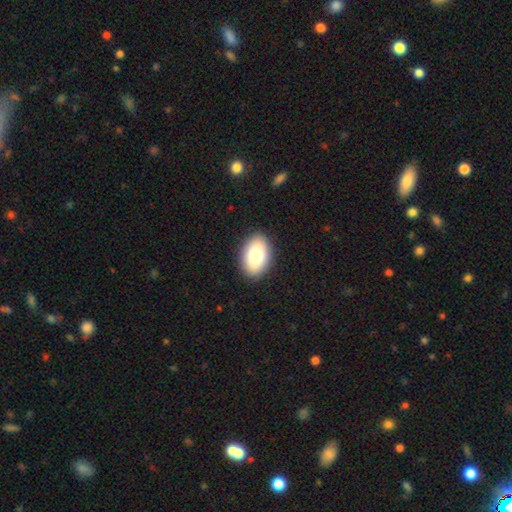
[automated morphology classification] Q: Smooth or featured?
A: smooth (79%); runner-up: featured or disk (13%)
Q: How rounded?
A: in between (89%); runner-up: round (10%)
Q: Merging?
A: none (89%); runner-up: minor disturbance (8%)